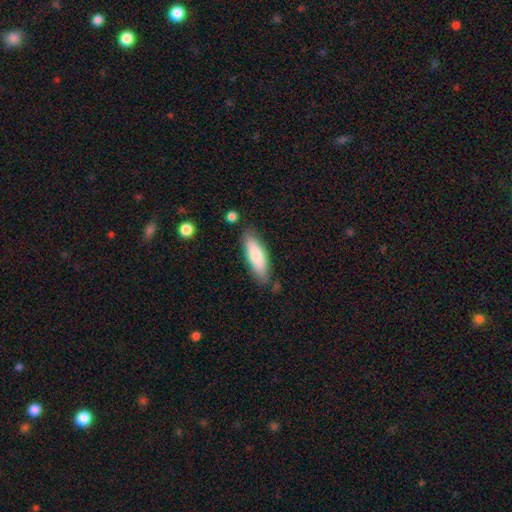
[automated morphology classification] Smooth or featured? Predicted: smooth (p=0.77). How rounded? Predicted: in between (p=0.57). Merging? Predicted: none (p=0.78).